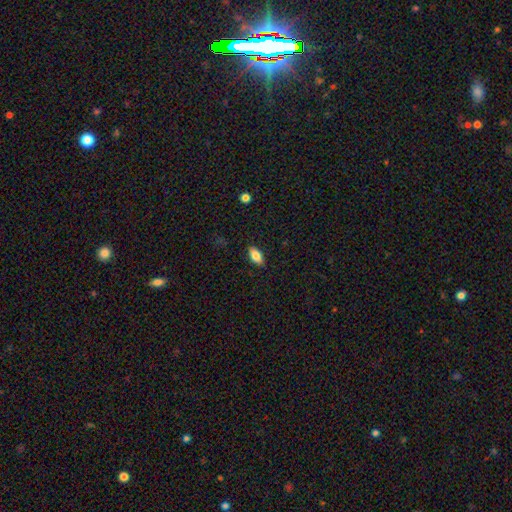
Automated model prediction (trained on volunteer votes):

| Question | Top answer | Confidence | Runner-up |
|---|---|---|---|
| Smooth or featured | smooth | 82% | featured or disk (11%) |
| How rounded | in between | 91% | cigar-shaped (6%) |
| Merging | none | 88% | minor disturbance (9%) |